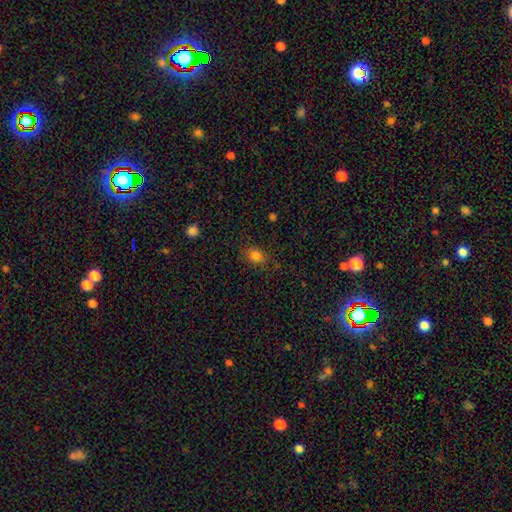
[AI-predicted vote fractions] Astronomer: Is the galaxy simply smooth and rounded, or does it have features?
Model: smooth — 82%.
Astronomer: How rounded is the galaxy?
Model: round — 54% (runner-up: in between, 44%).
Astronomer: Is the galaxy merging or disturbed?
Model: none — 77%.